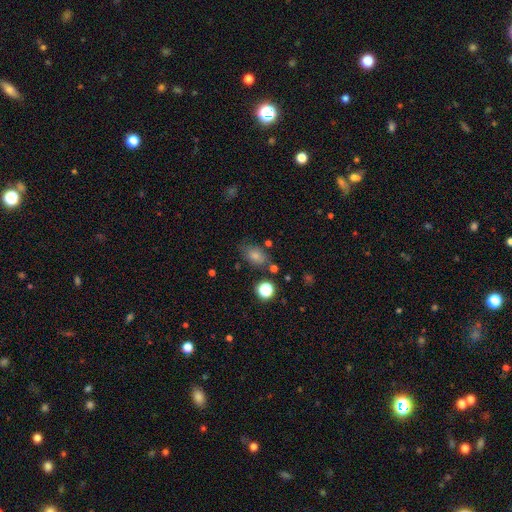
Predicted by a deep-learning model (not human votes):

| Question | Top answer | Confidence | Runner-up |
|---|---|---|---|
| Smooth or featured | smooth | 76% | star or artifact (14%) |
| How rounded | in between | 79% | round (19%) |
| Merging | none | 70% | minor disturbance (18%) |